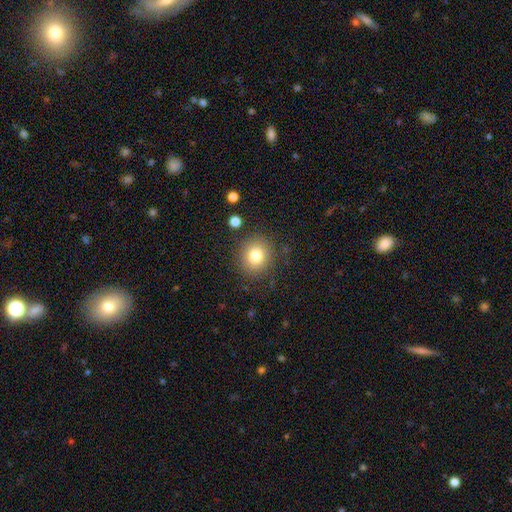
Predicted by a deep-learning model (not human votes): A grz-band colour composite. It shows a smooth galaxy with no disk features (80%) that is round (84%). Merging: none (85%).